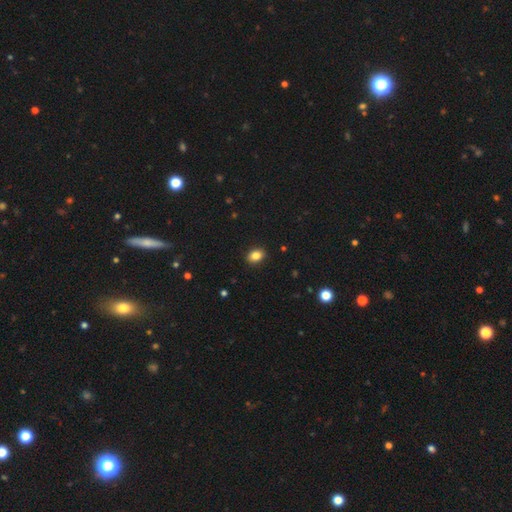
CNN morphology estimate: This is clearly a smooth galaxy (85%). How rounded: likely in between (68%). Merging: clearly none (90%).